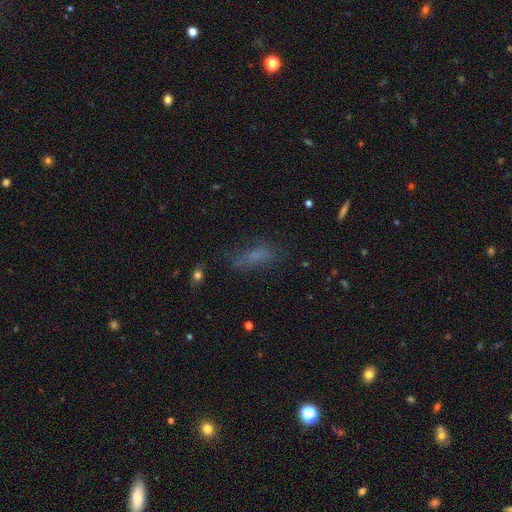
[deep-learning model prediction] The model was most divided on "how rounded": in between: 56%, cigar-shaped: 40%, round: 4%. More confident: smooth or featured — smooth (63%); merging — none (58%).